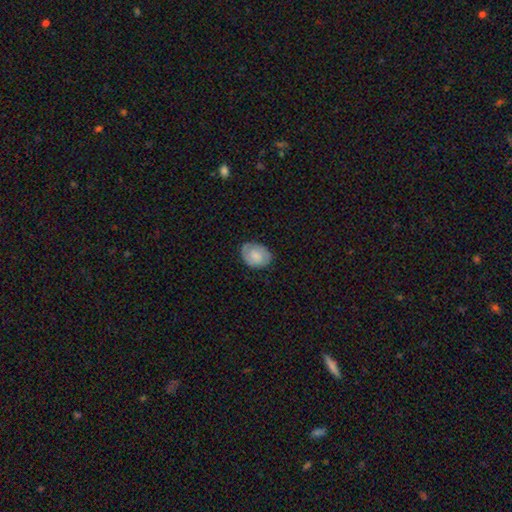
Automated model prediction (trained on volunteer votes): smooth-or-featured: smooth: 61% | featured or disk: 32% | star or artifact: 7%
  how-rounded: in between: 65% | round: 34% | cigar-shaped: 1%
  merging: none: 77% | minor disturbance: 18% | major disturbance: 4% | merger: 1%